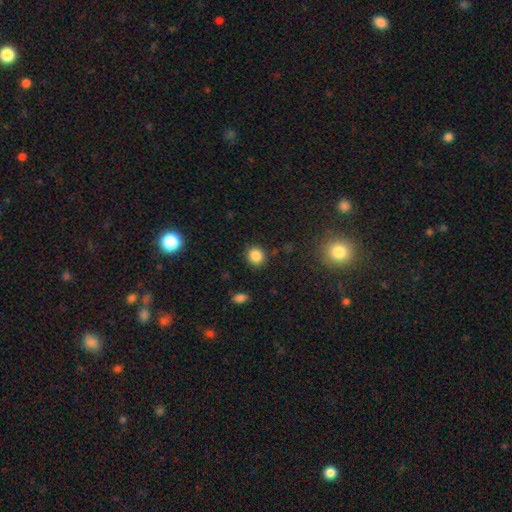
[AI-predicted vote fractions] This is clearly a smooth galaxy (85%). How rounded: clearly round (82%). Merging: clearly none (88%).